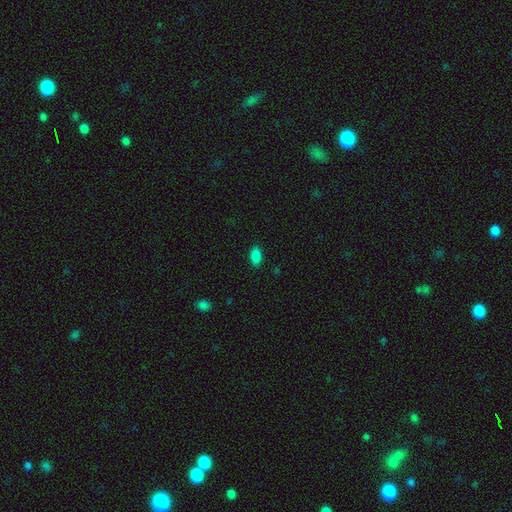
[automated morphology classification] A smooth galaxy with no disk features (87%) that is in between round and cigar-shaped (92%). Merging: none (88%).